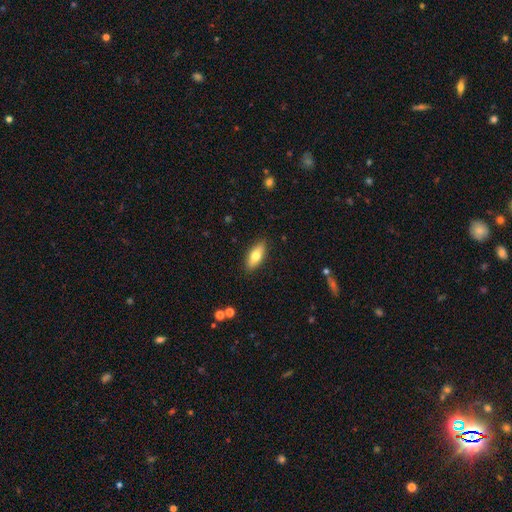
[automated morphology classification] This is likely a smooth galaxy (71%). How rounded: likely in between (76%). Merging: clearly none (89%).